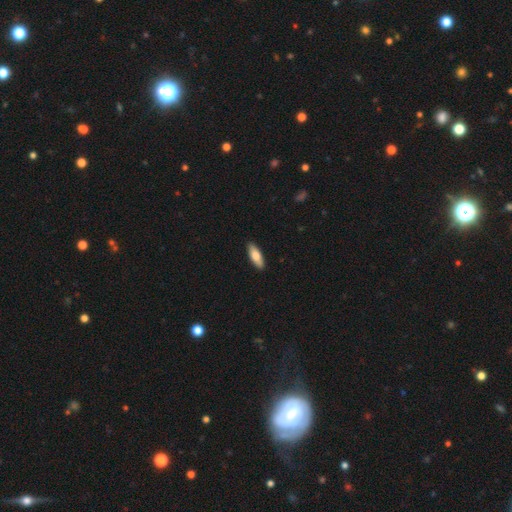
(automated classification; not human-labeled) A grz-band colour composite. It shows a smooth galaxy with no disk features (75%) that is in between round and cigar-shaped (63%). Merging: none (90%).